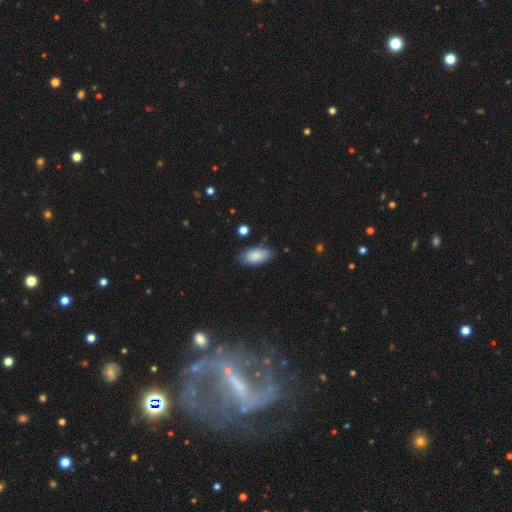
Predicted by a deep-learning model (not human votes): The model was most divided on "merging": none: 79%, minor disturbance: 16%, major disturbance: 3%, merger: 2%. More confident: how rounded — in between (92%); smooth or featured — smooth (85%).